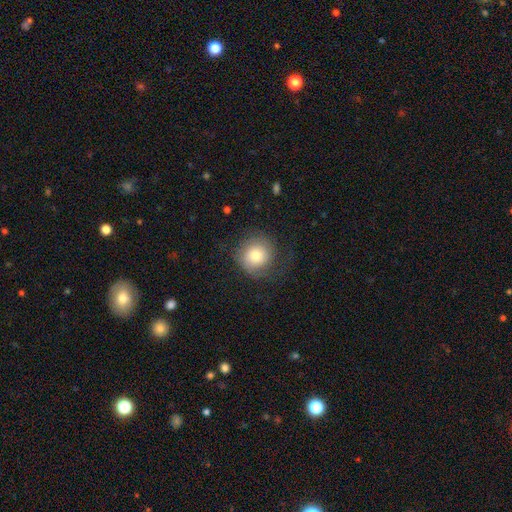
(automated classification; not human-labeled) Overall: smooth (59%; featured or disk 33%). How rounded: round (89%). Merging: none (65%).